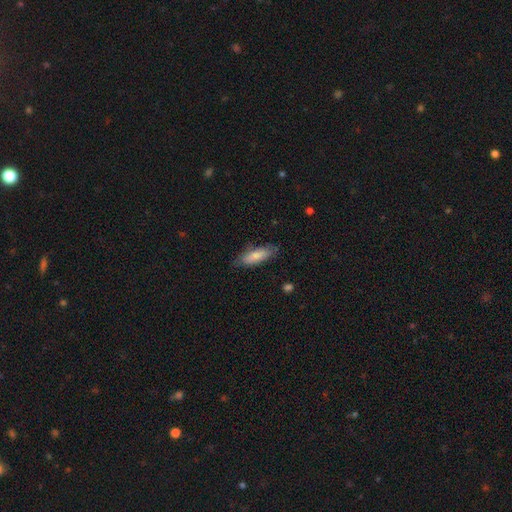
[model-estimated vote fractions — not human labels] Smooth or featured: smooth — 79% (featured or disk — 15%)
How rounded: in between — 56% (cigar-shaped — 43%)
Merging: none — 76% (minor disturbance — 18%)